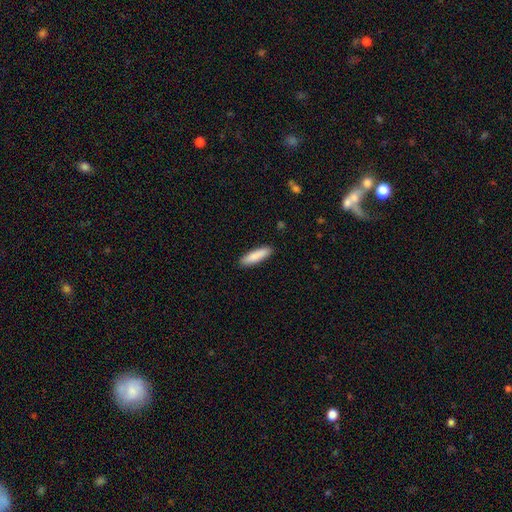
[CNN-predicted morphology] A smooth galaxy with no disk features (88%) that is cigar-shaped (65%). Merging: none (90%).